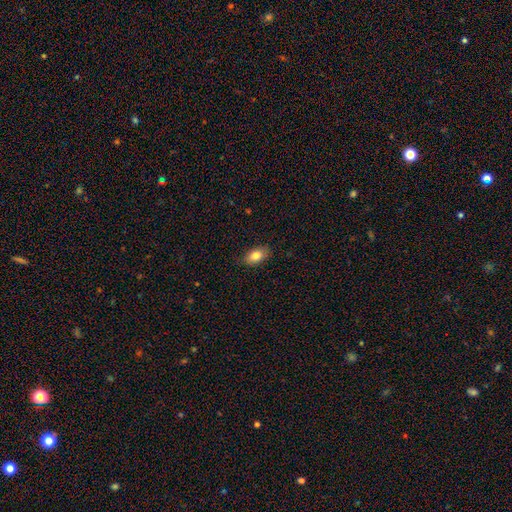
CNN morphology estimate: This appears to be a smooth galaxy with no disk features (83%) that is in between round and cigar-shaped (90%). Merging: none (86%).